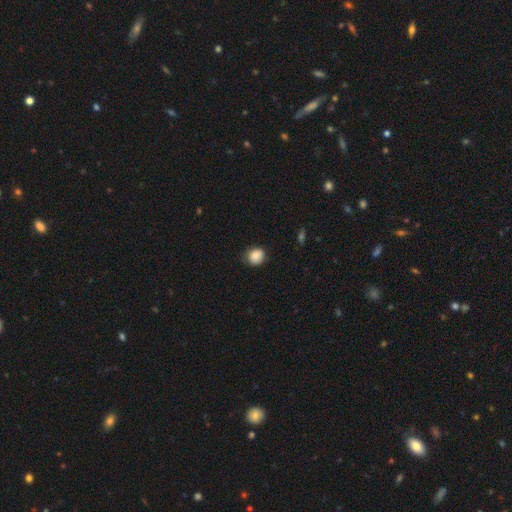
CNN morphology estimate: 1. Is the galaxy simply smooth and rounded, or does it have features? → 86% smooth, 8% star or artifact, 5% featured or disk.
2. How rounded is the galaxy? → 70% round, 29% in between, 1% cigar-shaped.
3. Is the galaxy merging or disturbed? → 70% none, 24% minor disturbance, 5% major disturbance, 1% merger.